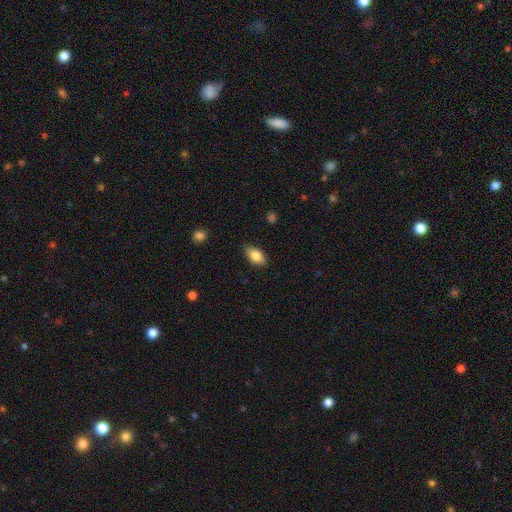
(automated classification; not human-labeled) Morphology: type=smooth (83%); roundness=in between (91%); merging=none (84%).